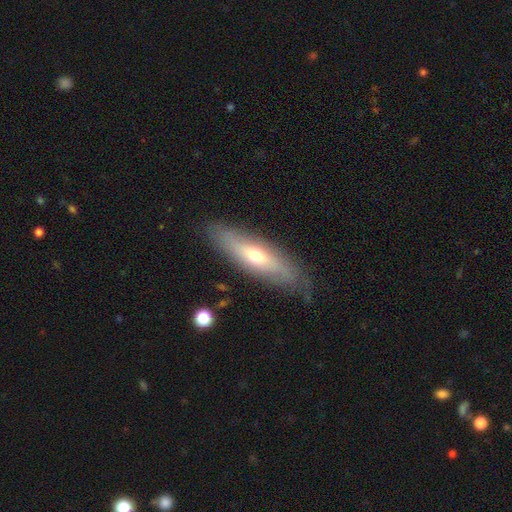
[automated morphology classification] Overall: featured or disk (47%; smooth 46%). Merging: none (79%).